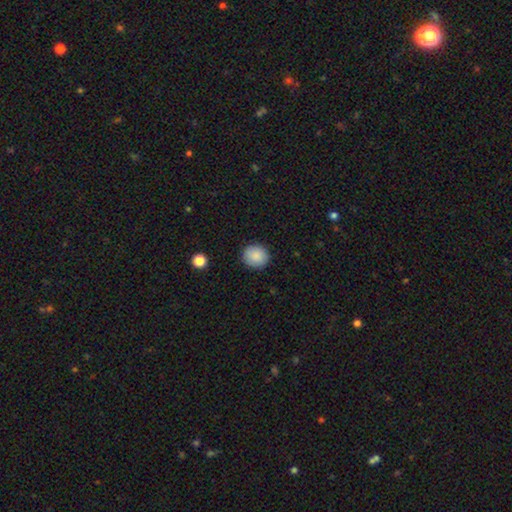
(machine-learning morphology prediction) Smooth or featured? smooth (88%)
How rounded? round (85%)
Merging? none (90%)